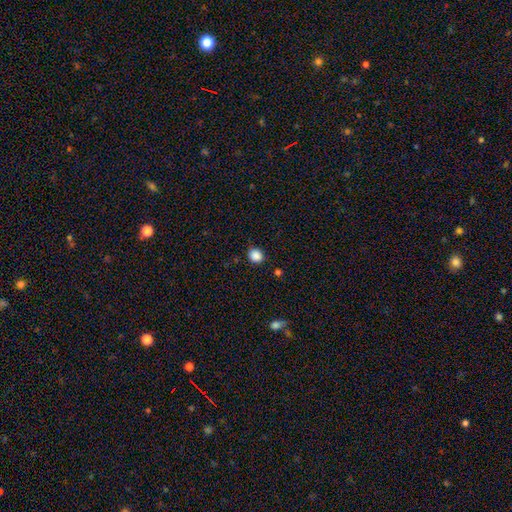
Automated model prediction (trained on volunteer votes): Morphology: type=smooth (87%); roundness=round (77%); merging=none (87%).